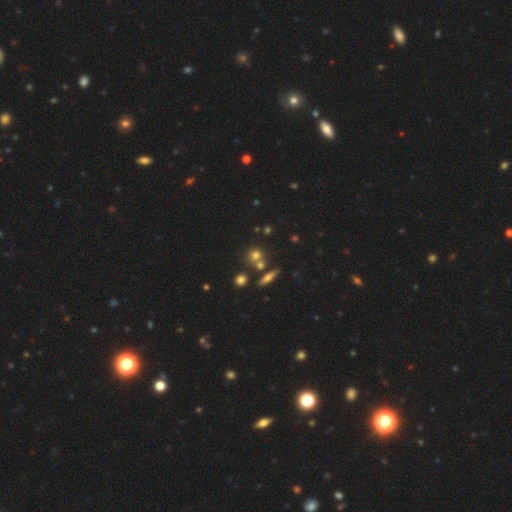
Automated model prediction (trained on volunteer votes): A smooth galaxy with no disk features (67%) that is round (85%).

Vote fractions:
- Smooth or featured? smooth: 67% / star or artifact: 19% / featured or disk: 14%
- How rounded? round: 85% / in between: 11% / cigar-shaped: 4%
- Merging? none: 66% / merger: 21% / minor disturbance: 9% / major disturbance: 3%